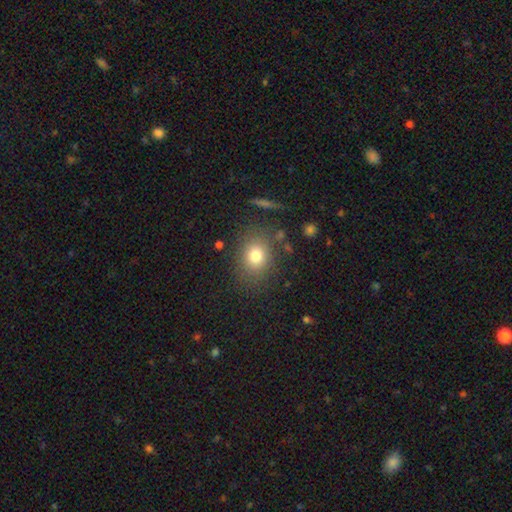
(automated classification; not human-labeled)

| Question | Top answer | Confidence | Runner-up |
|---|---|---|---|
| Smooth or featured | smooth | 77% | star or artifact (13%) |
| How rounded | round | 56% | in between (42%) |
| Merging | none | 80% | minor disturbance (11%) |